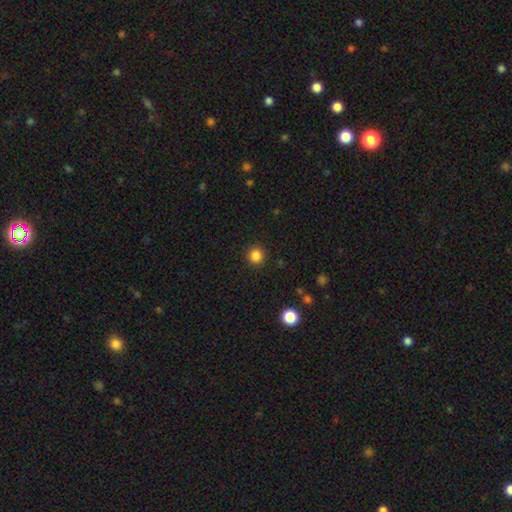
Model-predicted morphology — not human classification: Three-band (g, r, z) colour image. It shows a smooth galaxy with no disk features (85%) that is round (95%). Merging: none (92%).